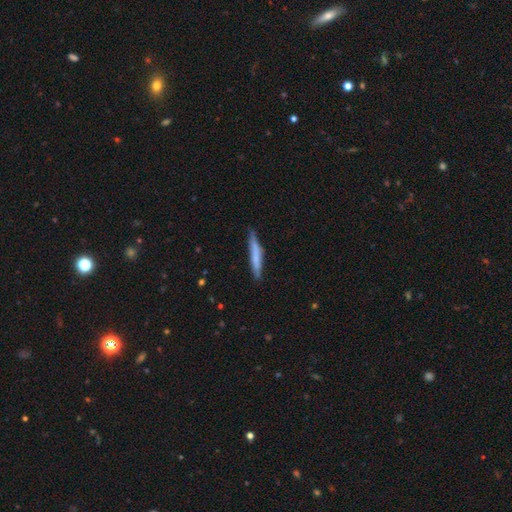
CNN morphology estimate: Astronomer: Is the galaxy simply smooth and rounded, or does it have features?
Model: smooth — 65%.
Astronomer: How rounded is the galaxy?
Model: cigar-shaped — 94%.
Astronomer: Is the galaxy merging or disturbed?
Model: none — 80%.